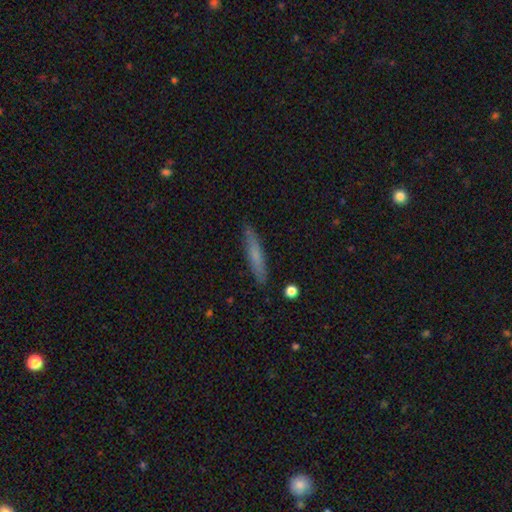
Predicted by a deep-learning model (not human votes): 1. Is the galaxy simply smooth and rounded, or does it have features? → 66% smooth, 28% featured or disk, 6% star or artifact.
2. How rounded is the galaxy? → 91% cigar-shaped, 7% in between, 1% round.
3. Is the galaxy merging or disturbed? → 86% none, 10% minor disturbance, 2% major disturbance, 2% merger.